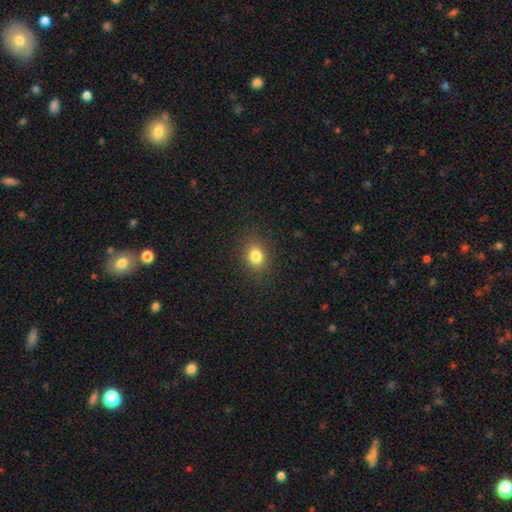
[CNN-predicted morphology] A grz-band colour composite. It shows a smooth galaxy with no disk features (82%) that is round (56%). Merging: none (87%).